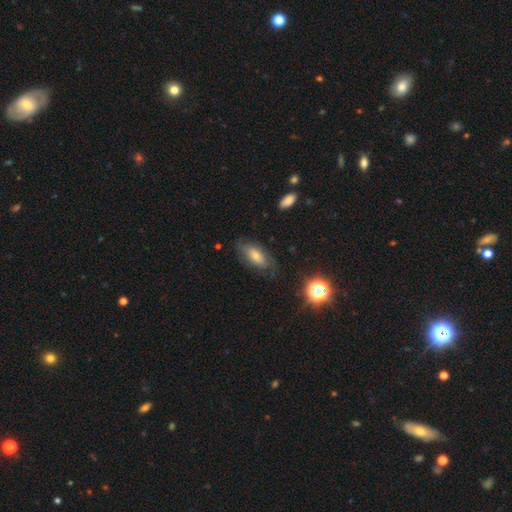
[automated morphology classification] Q: Smooth or featured?
A: smooth (50%); runner-up: featured or disk (38%)
Q: Merging?
A: none (72%); runner-up: minor disturbance (19%)